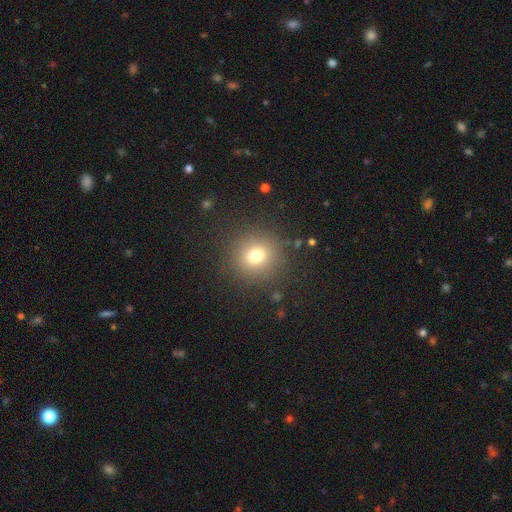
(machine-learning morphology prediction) The model was most divided on "smooth or featured": smooth: 74%, star or artifact: 16%, featured or disk: 10%. More confident: how rounded — round (91%); merging — none (88%).